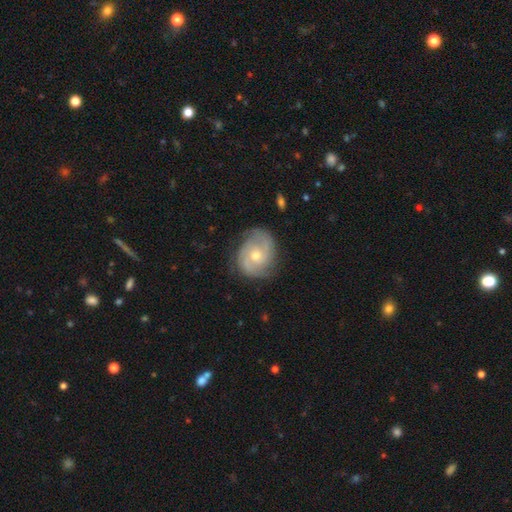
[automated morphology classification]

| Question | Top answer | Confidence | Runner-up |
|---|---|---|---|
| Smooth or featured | featured or disk | 80% | smooth (14%) |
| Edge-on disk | no | 98% | yes (2%) |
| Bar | no | 70% | weak (26%) |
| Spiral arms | yes | 94% | no (6%) |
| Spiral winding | tight | 47% | medium (40%) |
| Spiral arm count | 2 | 55% | 3 (19%) |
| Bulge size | moderate | 56% | small (40%) |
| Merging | none | 77% | minor disturbance (17%) |